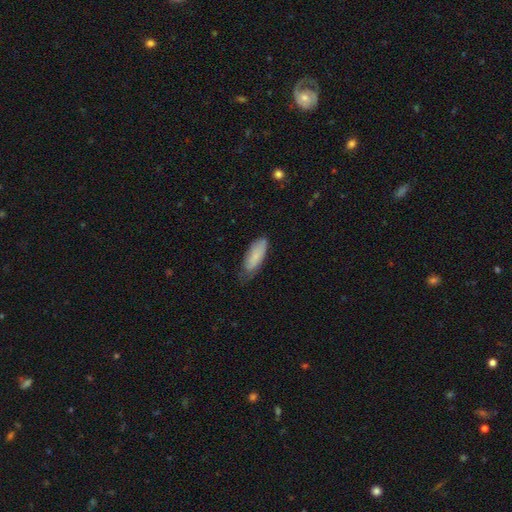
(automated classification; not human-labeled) Smooth or featured?
  - smooth: 82% *
  - featured or disk: 12%
  - star or artifact: 6%
How rounded?
  - in between: 72% *
  - cigar-shaped: 26%
  - round: 2%
Merging?
  - none: 54% *
  - minor disturbance: 36%
  - major disturbance: 9%
  - merger: 1%